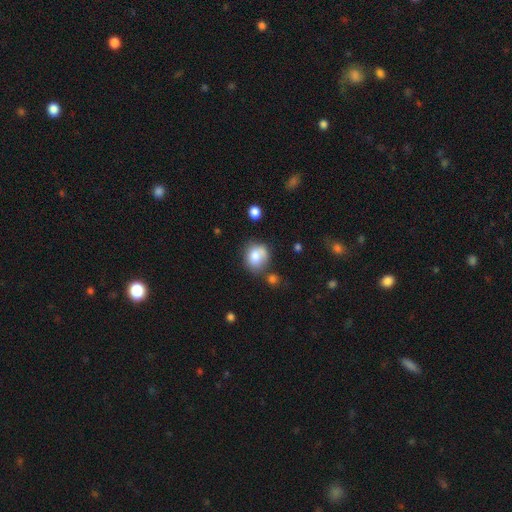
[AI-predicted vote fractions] smooth-or-featured: smooth: 77% | featured or disk: 13% | star or artifact: 10%
  how-rounded: round: 63% | in between: 36% | cigar-shaped: 1%
  merging: none: 48% | minor disturbance: 24% | merger: 18% | major disturbance: 10%